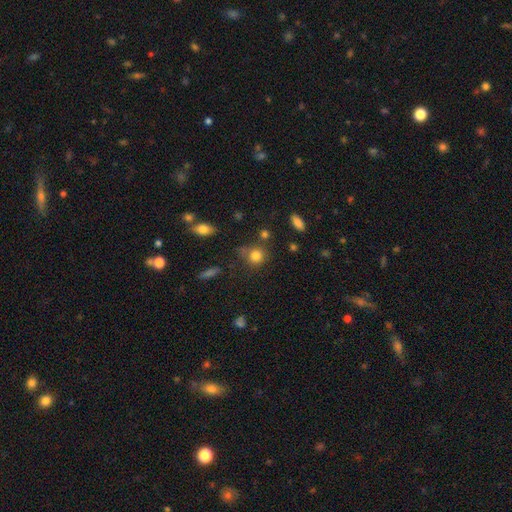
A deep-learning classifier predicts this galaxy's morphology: smooth-or-featured: smooth: 80% | star or artifact: 12% | featured or disk: 7%
  how-rounded: round: 83% | in between: 16% | cigar-shaped: 1%
  merging: none: 67% | minor disturbance: 17% | merger: 10% | major disturbance: 7%